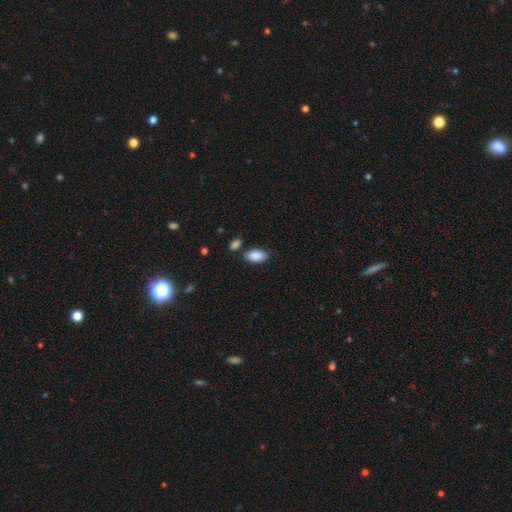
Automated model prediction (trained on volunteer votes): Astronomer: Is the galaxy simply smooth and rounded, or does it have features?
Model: smooth — 89%.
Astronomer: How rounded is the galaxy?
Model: in between — 94%.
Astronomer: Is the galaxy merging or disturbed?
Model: none — 77%.